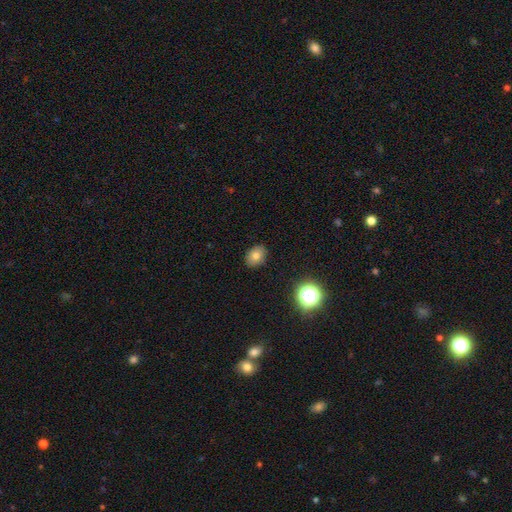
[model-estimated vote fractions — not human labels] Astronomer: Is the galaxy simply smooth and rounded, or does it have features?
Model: smooth — 76%.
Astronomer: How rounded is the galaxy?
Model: in between — 61% (runner-up: round, 38%).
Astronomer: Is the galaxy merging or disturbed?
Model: none — 87%.